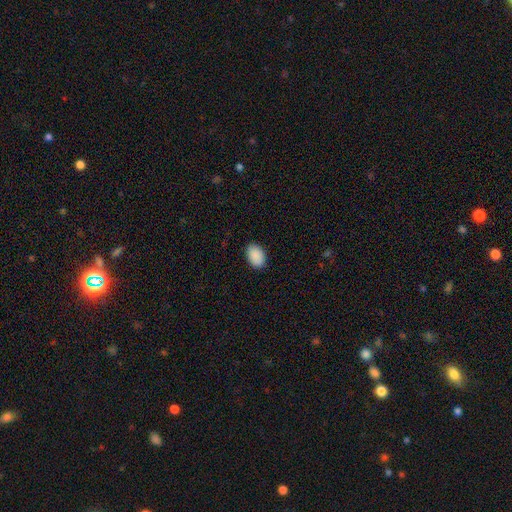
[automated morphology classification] This is clearly a smooth galaxy (91%). How rounded: clearly in between (88%). Merging: clearly none (88%).